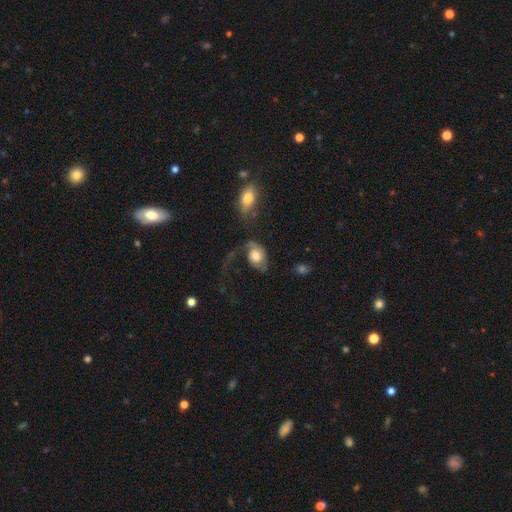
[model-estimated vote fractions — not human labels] Overall: smooth (53%; featured or disk 40%). How rounded: in between (73%). Merging: major disturbance (50%; none 24%).